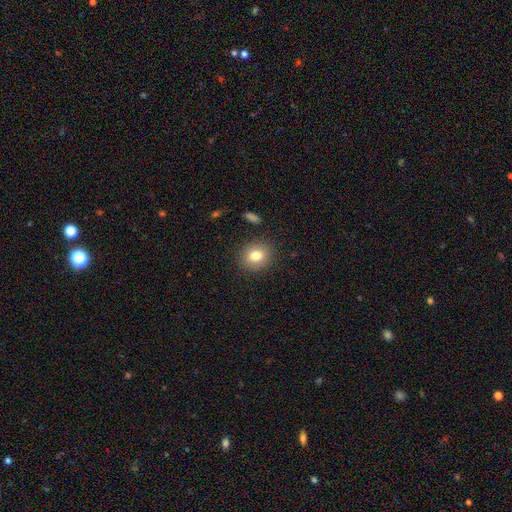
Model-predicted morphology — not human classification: A smooth galaxy with no disk features (80%) that is round (71%).

Vote fractions:
- Smooth or featured? smooth: 80% / star or artifact: 10% / featured or disk: 10%
- How rounded? round: 71% / in between: 28% / cigar-shaped: 1%
- Merging? none: 88% / minor disturbance: 8% / major disturbance: 3% / merger: 1%